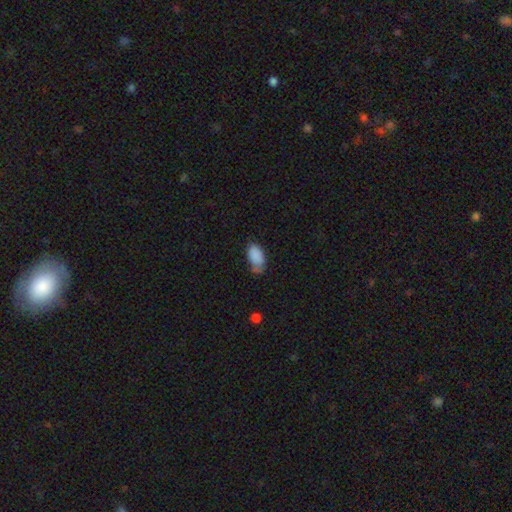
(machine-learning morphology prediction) The model was most divided on "merging": none: 54%, minor disturbance: 32%, major disturbance: 9%, merger: 5%. More confident: how rounded — in between (94%); smooth or featured — smooth (86%).